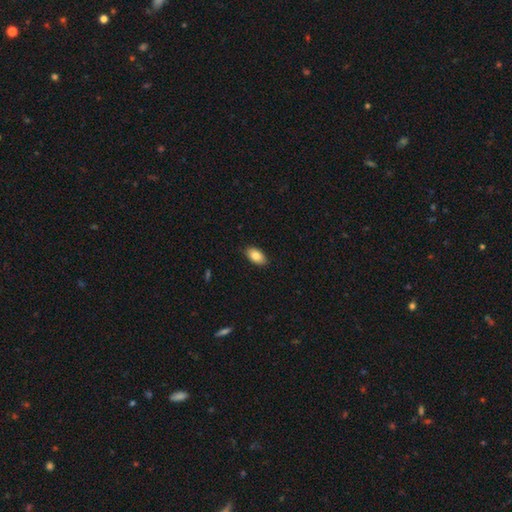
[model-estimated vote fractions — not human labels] Smooth or featured? Predicted: smooth (p=0.83). How rounded? Predicted: in between (p=0.93). Merging? Predicted: none (p=0.86).